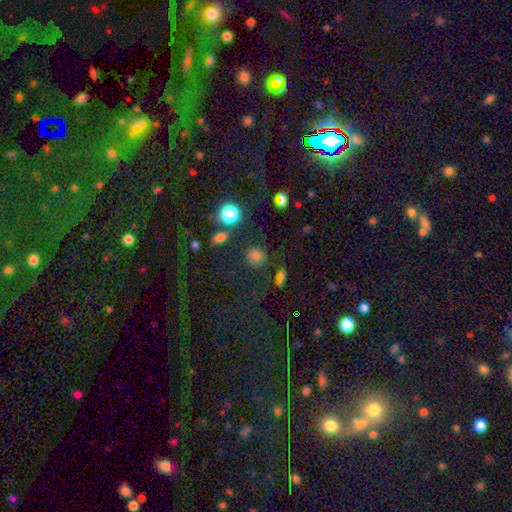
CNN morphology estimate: A smooth galaxy with no disk features (72%) that is round (84%).

Vote fractions:
- Smooth or featured? smooth: 72% / star or artifact: 22% / featured or disk: 6%
- How rounded? round: 84% / in between: 14% / cigar-shaped: 1%
- Merging? none: 80% / minor disturbance: 11% / merger: 5% / major disturbance: 4%